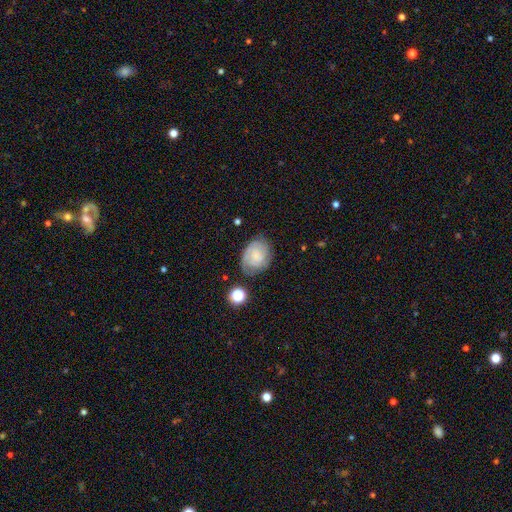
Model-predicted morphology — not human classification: The model was most divided on "smooth or featured": featured or disk: 48%, smooth: 42%, star or artifact: 10%. More confident: merging — none (66%).